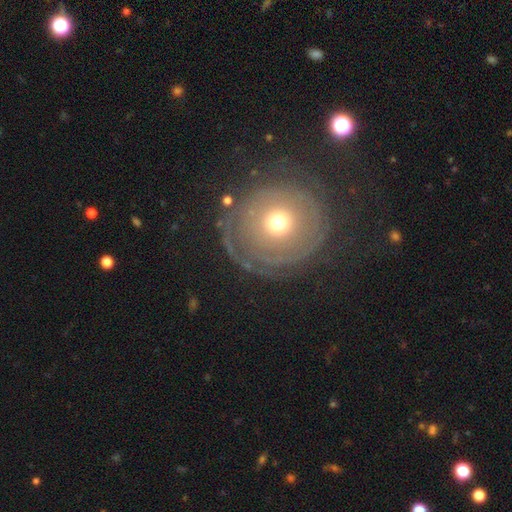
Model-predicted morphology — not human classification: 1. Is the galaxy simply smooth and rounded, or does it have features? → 58% featured or disk, 31% smooth, 11% star or artifact.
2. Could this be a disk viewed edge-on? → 96% no, 4% yes.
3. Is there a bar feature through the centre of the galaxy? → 89% no, 8% weak, 3% strong.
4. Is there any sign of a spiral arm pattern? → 55% yes, 45% no.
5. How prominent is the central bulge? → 56% moderate, 37% small, 5% large, 1% dominant, 1% none.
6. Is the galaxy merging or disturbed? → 75% none, 13% minor disturbance, 10% major disturbance, 2% merger.